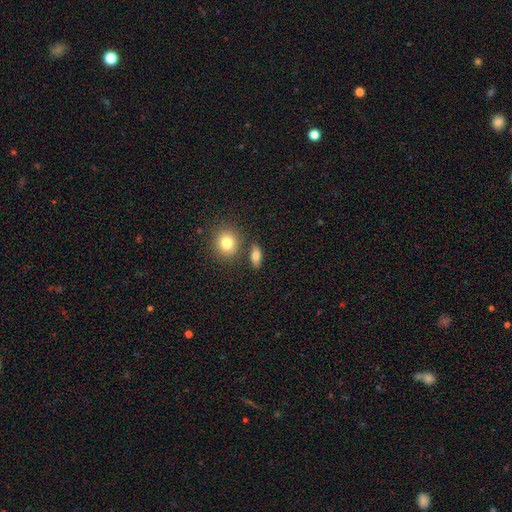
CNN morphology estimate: smooth 80%, featured or disk 11%, star or artifact 10%. Down the decision tree: how rounded — in between (71%); merging — none (78%).